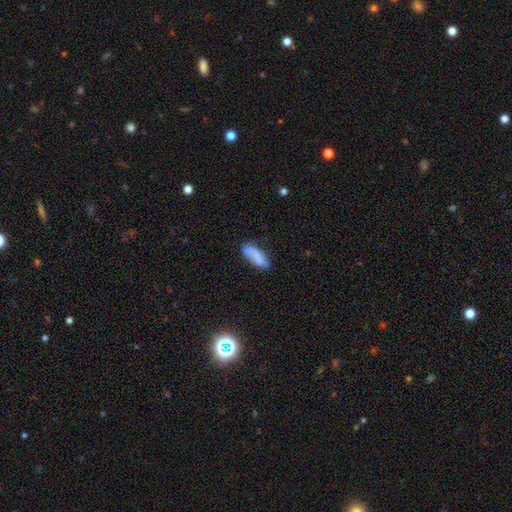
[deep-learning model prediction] A smooth galaxy with no disk features (75%) that is in between round and cigar-shaped (70%).

Vote fractions:
- Smooth or featured? smooth: 75% / featured or disk: 17% / star or artifact: 8%
- How rounded? in between: 70% / cigar-shaped: 28% / round: 2%
- Merging? none: 57% / minor disturbance: 30% / major disturbance: 9% / merger: 3%